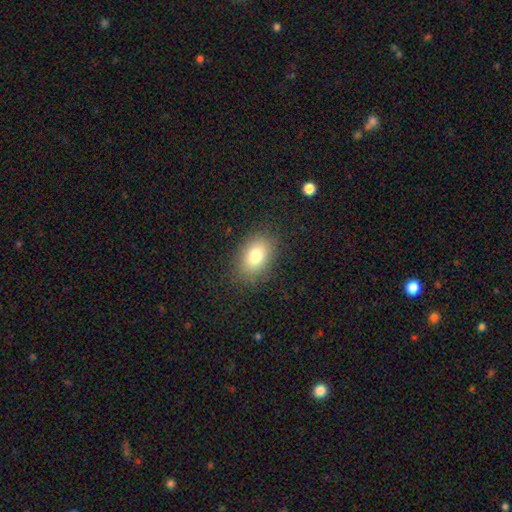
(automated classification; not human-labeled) Overall: smooth (78%). How rounded: in between (80%). Merging: none (85%).